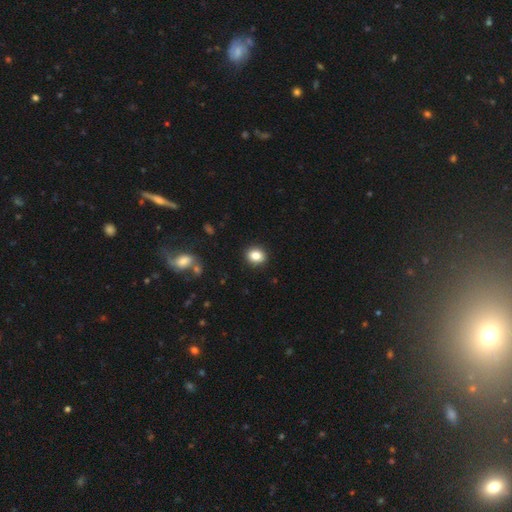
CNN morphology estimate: A smooth galaxy with no disk features (84%) that is round (62%). Merging: none (91%).